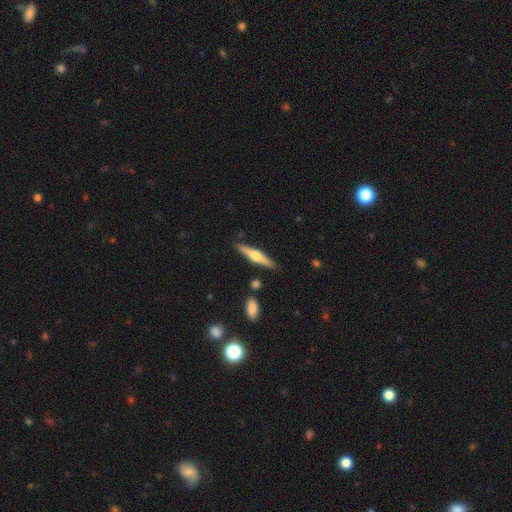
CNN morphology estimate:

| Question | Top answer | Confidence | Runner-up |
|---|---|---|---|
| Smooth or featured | featured or disk | 62% | smooth (33%) |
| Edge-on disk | yes | 97% | no (3%) |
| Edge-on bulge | rounded | 91% | boxy (5%) |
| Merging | none | 86% | minor disturbance (8%) |